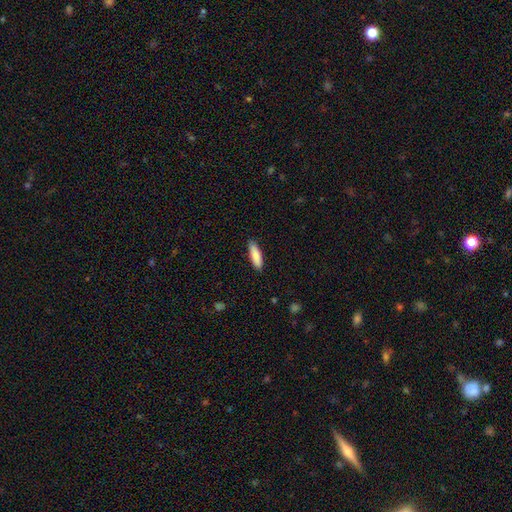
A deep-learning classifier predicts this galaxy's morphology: A smooth galaxy with no disk features (85%) that is cigar-shaped (54%).

Vote fractions:
- Smooth or featured? smooth: 85% / featured or disk: 9% / star or artifact: 5%
- How rounded? cigar-shaped: 54% / in between: 44% / round: 2%
- Merging? none: 88% / minor disturbance: 9% / major disturbance: 2% / merger: 1%